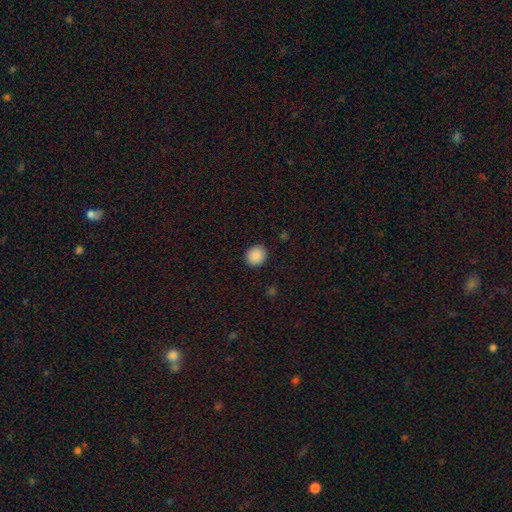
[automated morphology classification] smooth-or-featured: smooth: 89% | star or artifact: 8% | featured or disk: 3%
  how-rounded: round: 81% | in between: 18% | cigar-shaped: 1%
  merging: none: 91% | minor disturbance: 6% | major disturbance: 2% | merger: 1%